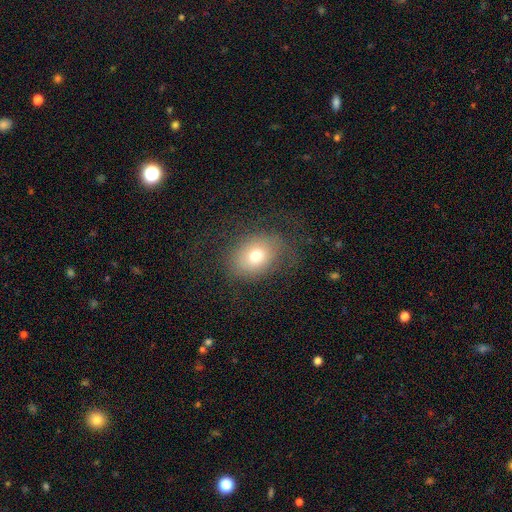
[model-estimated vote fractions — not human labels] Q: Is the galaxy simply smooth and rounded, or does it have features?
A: smooth — 69%.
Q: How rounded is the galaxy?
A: in between — 54%.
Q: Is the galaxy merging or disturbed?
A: none — 64%.